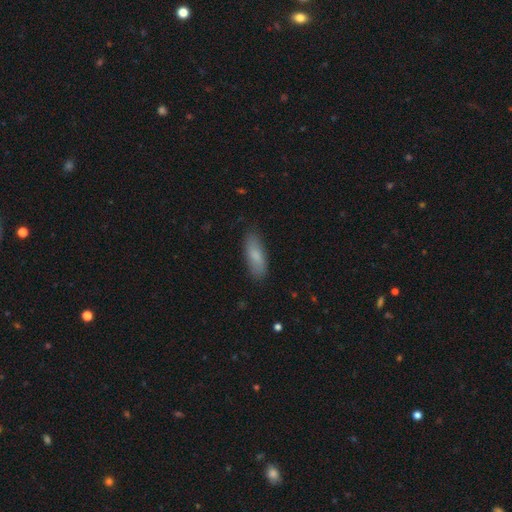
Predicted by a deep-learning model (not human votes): A smooth galaxy with no disk features (82%) that is in between round and cigar-shaped (62%).

Vote fractions:
- Smooth or featured? smooth: 82% / featured or disk: 12% / star or artifact: 6%
- How rounded? in between: 62% / cigar-shaped: 36% / round: 2%
- Merging? none: 83% / minor disturbance: 13% / major disturbance: 3% / merger: 1%